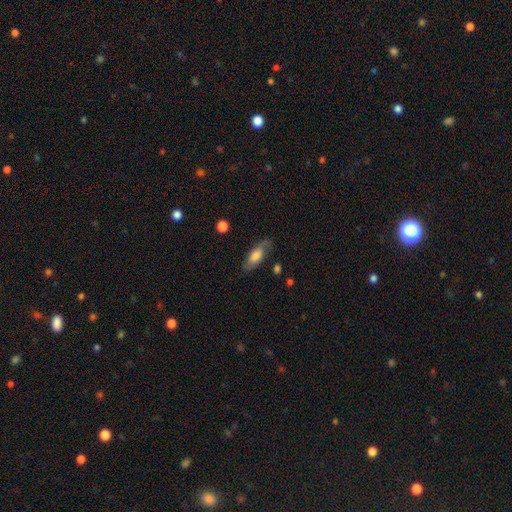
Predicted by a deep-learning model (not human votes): smooth-or-featured: smooth: 54% | featured or disk: 39% | star or artifact: 7%
  how-rounded: in between: 79% | cigar-shaped: 18% | round: 3%
  merging: none: 72% | minor disturbance: 20% | major disturbance: 7% | merger: 2%